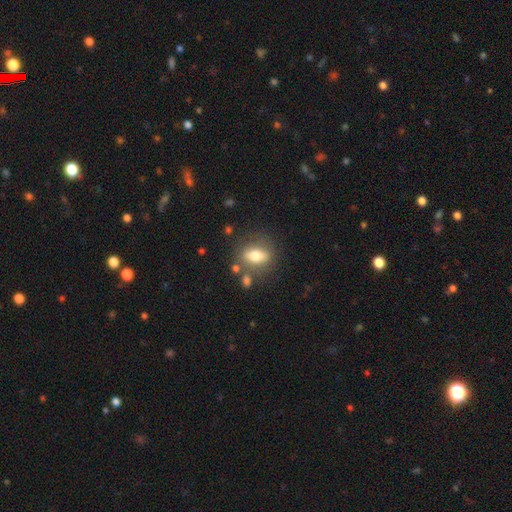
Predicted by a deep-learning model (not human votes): Smooth or featured? smooth (64%)
How rounded? in between (68%)
Merging? none (73%)